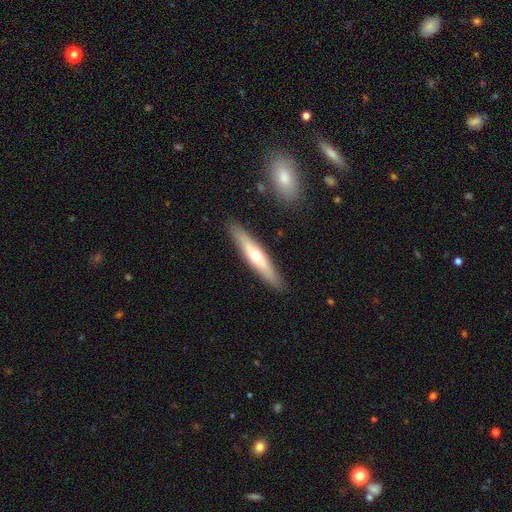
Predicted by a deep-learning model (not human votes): A featured or disk galaxy (50%).

Vote fractions:
- Smooth or featured? featured or disk: 50% / smooth: 45% / star or artifact: 6%
- Merging? none: 89% / minor disturbance: 8% / major disturbance: 2% / merger: 2%